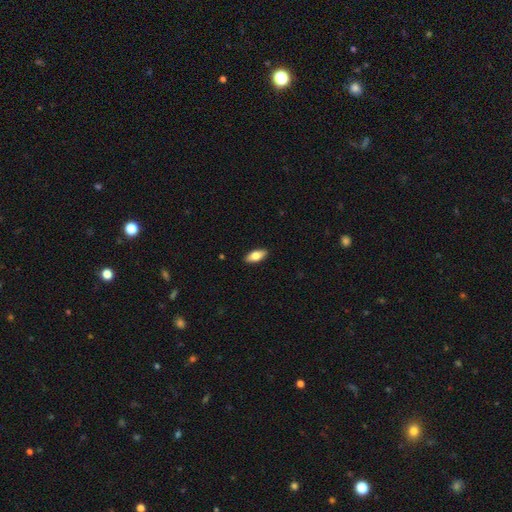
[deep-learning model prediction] Smooth or featured?
  - smooth: 78% *
  - featured or disk: 15%
  - star or artifact: 6%
How rounded?
  - in between: 87% *
  - cigar-shaped: 10%
  - round: 2%
Merging?
  - none: 90% *
  - minor disturbance: 7%
  - major disturbance: 1%
  - merger: 1%